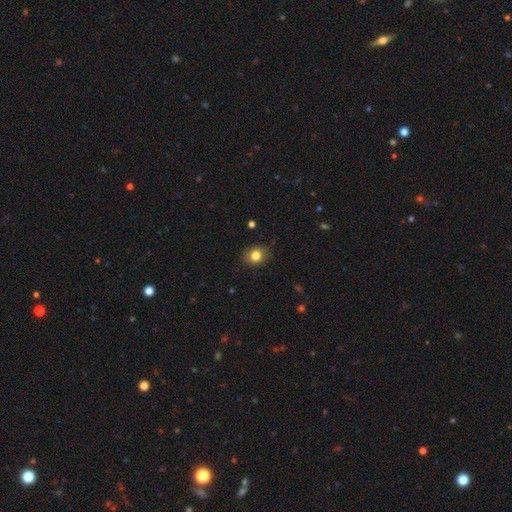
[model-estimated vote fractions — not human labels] A smooth galaxy with no disk features (82%) that is round (60%). Merging: none (83%).